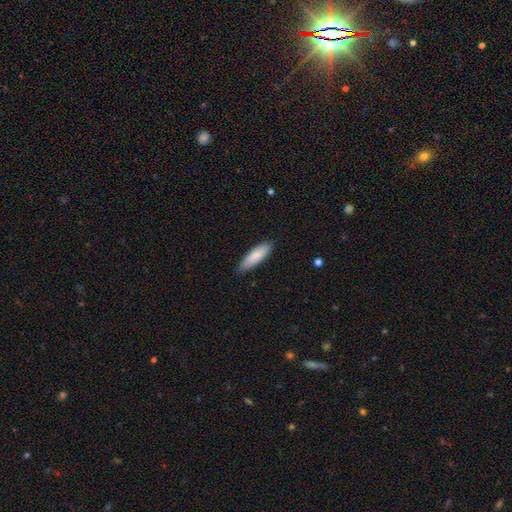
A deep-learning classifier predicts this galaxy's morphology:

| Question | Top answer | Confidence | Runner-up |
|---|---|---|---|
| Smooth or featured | smooth | 84% | featured or disk (10%) |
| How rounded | cigar-shaped | 54% | in between (45%) |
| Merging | none | 85% | minor disturbance (12%) |